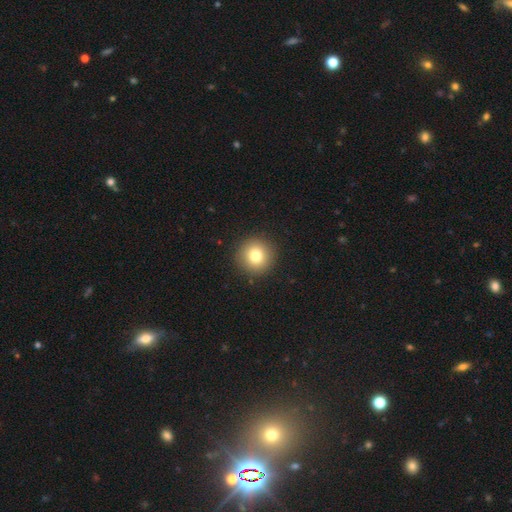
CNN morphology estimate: Smooth or featured? Predicted: smooth (p=0.79). How rounded? Predicted: round (p=0.95). Merging? Predicted: none (p=0.92).